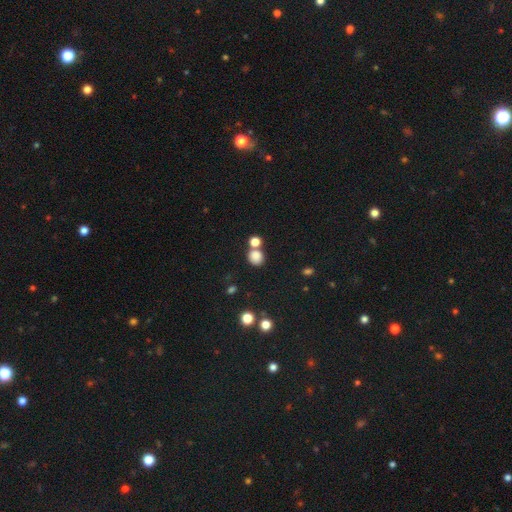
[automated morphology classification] This is clearly a smooth galaxy (82%). How rounded: likely round (79%). Merging: likely none (60%).